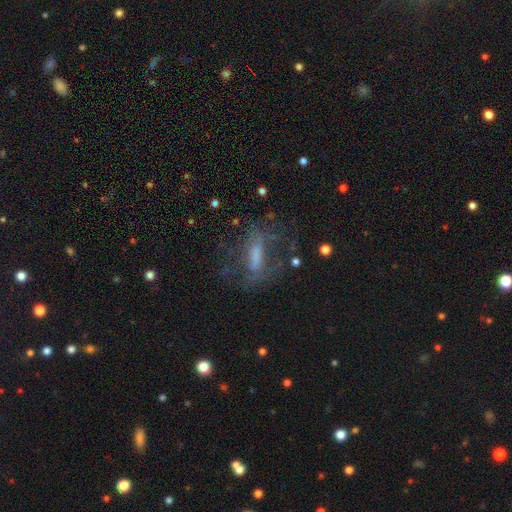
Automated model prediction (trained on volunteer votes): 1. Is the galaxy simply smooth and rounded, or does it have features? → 54% featured or disk, 32% smooth, 14% star or artifact.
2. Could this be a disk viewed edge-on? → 82% no, 18% yes.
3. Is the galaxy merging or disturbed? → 51% none, 27% major disturbance, 19% minor disturbance, 3% merger.